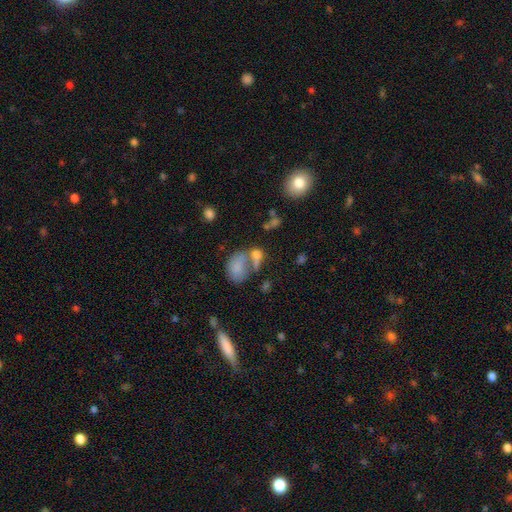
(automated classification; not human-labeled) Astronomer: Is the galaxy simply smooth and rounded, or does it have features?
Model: smooth — 70%.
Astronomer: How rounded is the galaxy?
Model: in between — 65%.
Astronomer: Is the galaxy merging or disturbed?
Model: merger — 45% (runner-up: none, 35%).